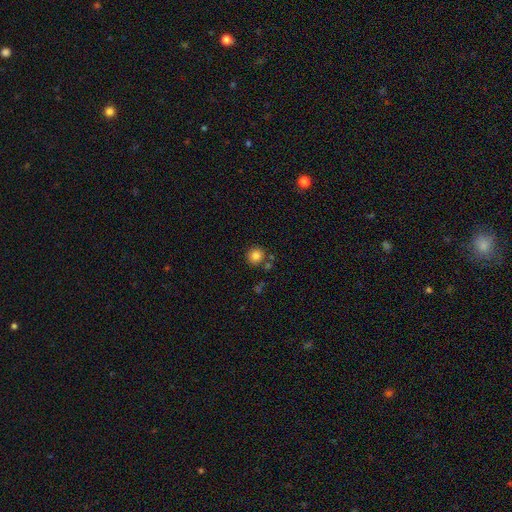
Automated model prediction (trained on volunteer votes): Overall: smooth (84%). How rounded: round (90%). Merging: none (79%).